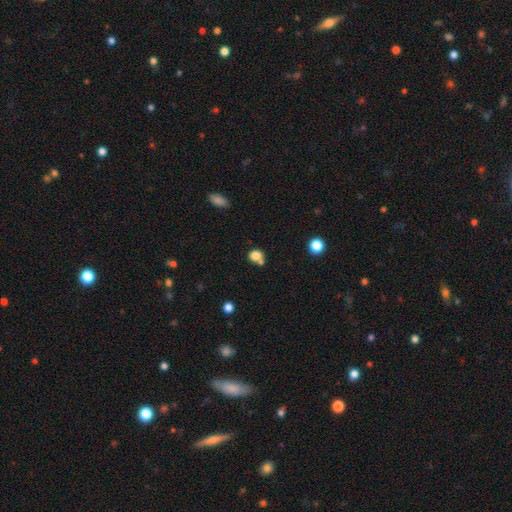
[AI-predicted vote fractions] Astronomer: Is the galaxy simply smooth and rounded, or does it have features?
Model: smooth — 81%.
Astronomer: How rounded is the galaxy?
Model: round — 69%.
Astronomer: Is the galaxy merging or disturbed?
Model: none — 51% (runner-up: merger, 34%).